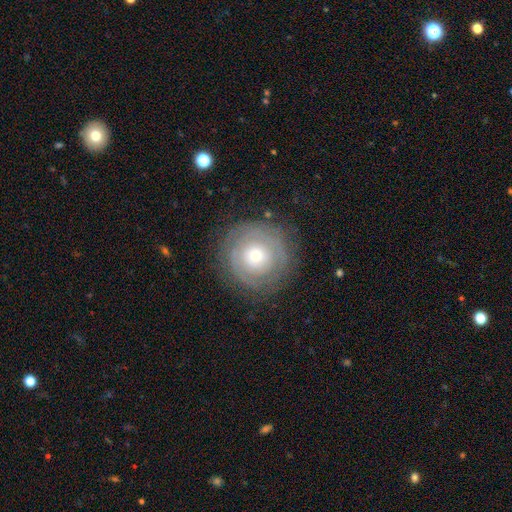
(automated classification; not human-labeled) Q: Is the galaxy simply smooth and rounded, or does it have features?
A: featured or disk — 55%.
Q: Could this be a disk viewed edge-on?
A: no — 96%.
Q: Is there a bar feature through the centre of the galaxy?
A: no — 87%.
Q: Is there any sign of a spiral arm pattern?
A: no — 51%.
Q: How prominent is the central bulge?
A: small — 54%.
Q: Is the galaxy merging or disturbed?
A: none — 81%.